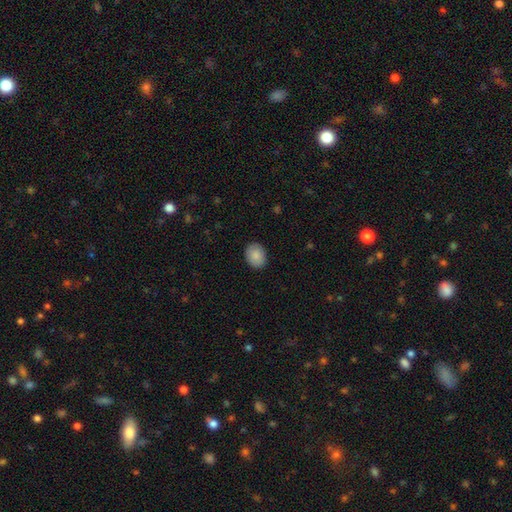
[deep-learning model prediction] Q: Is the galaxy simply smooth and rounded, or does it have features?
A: smooth — 89%.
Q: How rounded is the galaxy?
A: in between — 57%.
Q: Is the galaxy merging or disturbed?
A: none — 89%.